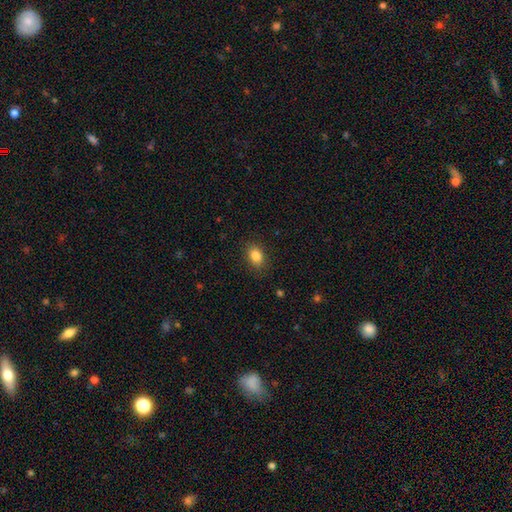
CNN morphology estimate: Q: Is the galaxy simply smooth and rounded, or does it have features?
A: smooth — 85%.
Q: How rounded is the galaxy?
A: in between — 76%.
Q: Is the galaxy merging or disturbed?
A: none — 86%.